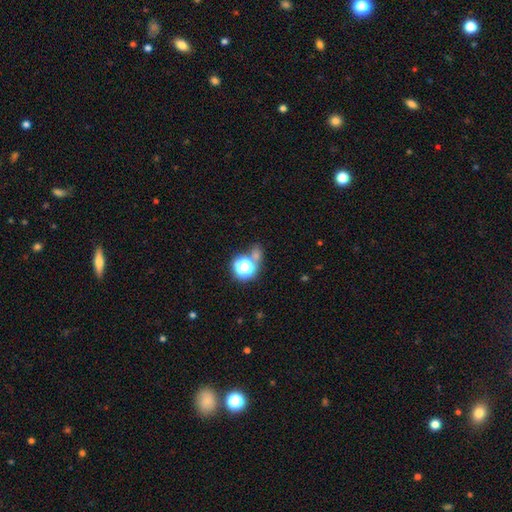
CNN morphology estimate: The model was most divided on "smooth or featured": star or artifact: 50%, smooth: 41%, featured or disk: 9%.